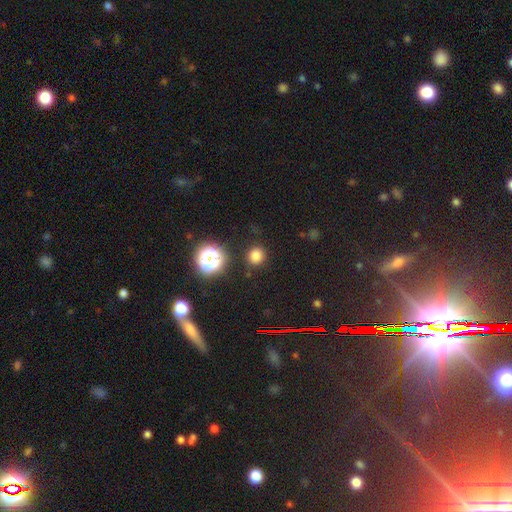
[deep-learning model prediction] A smooth galaxy with no disk features (76%) that is round (89%).

Vote fractions:
- Smooth or featured? smooth: 76% / star or artifact: 19% / featured or disk: 5%
- How rounded? round: 89% / in between: 10% / cigar-shaped: 1%
- Merging? none: 89% / minor disturbance: 6% / major disturbance: 3% / merger: 2%